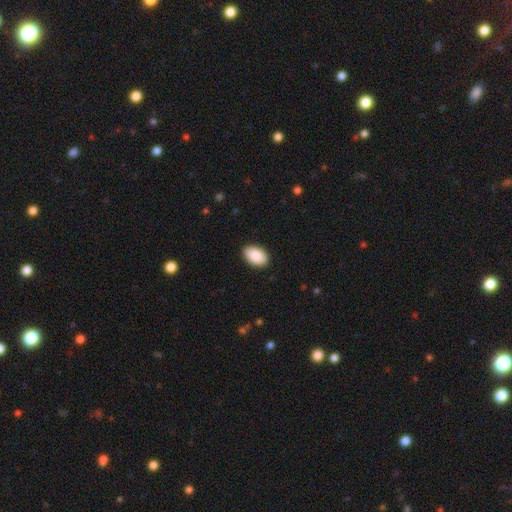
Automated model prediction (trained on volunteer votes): smooth-or-featured: smooth: 91% | star or artifact: 6% | featured or disk: 4%
  how-rounded: in between: 93% | round: 6% | cigar-shaped: 1%
  merging: none: 90% | minor disturbance: 7% | major disturbance: 2% | merger: 1%